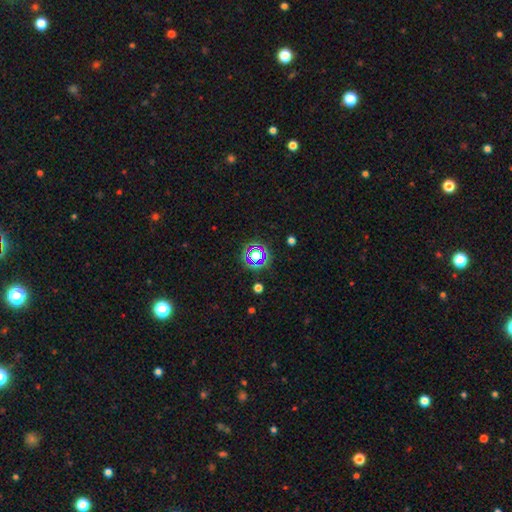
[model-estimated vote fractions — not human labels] The model was most divided on "smooth or featured": star or artifact: 61%, smooth: 26%, featured or disk: 12%.